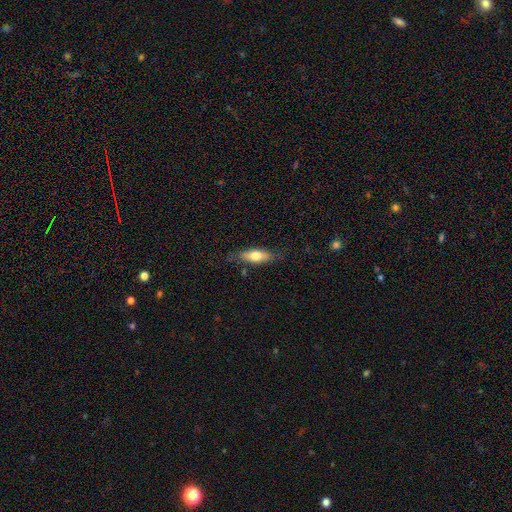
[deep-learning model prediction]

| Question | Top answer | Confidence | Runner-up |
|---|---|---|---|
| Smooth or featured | smooth | 67% | featured or disk (27%) |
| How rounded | in between | 64% | cigar-shaped (33%) |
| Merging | none | 77% | minor disturbance (17%) |